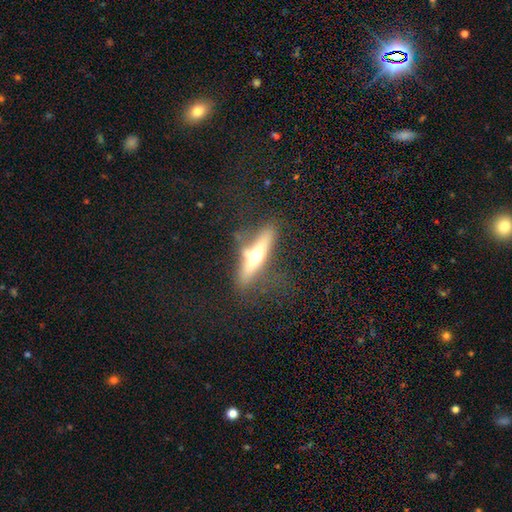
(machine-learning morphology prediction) Smooth or featured? featured or disk (55%)
Edge-on disk? yes (89%)
Merging? none (61%)